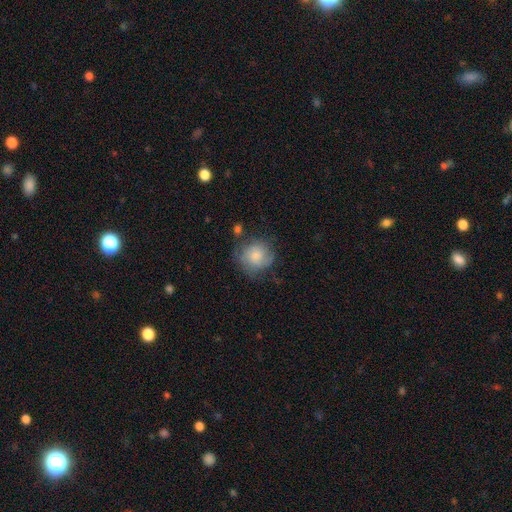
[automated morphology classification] The model was most divided on "smooth or featured": smooth: 62%, featured or disk: 30%, star or artifact: 8%. More confident: how rounded — round (87%); merging — none (61%).